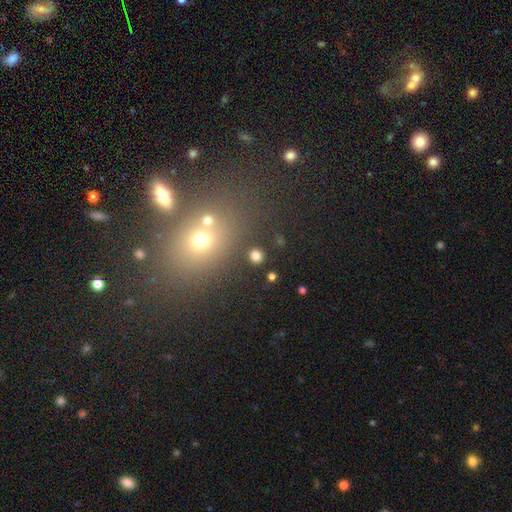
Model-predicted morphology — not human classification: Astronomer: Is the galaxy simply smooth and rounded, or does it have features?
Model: smooth — 79%.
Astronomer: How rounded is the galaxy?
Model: round — 85%.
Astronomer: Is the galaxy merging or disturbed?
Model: none — 87%.